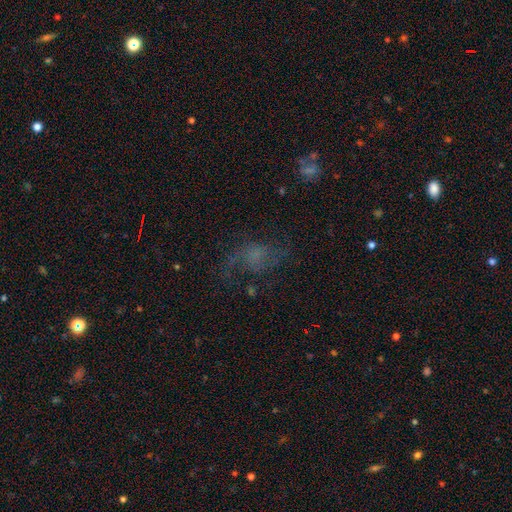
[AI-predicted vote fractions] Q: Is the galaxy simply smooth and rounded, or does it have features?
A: featured or disk — 50%.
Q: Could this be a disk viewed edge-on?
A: no — 96%.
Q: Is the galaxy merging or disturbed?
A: none — 50%.